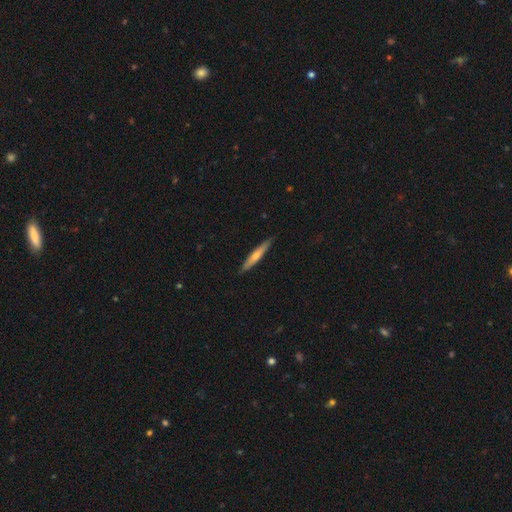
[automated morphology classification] The model was most divided on "smooth or featured": smooth: 55%, featured or disk: 39%, star or artifact: 5%. More confident: how rounded — cigar-shaped (93%); merging — none (87%).